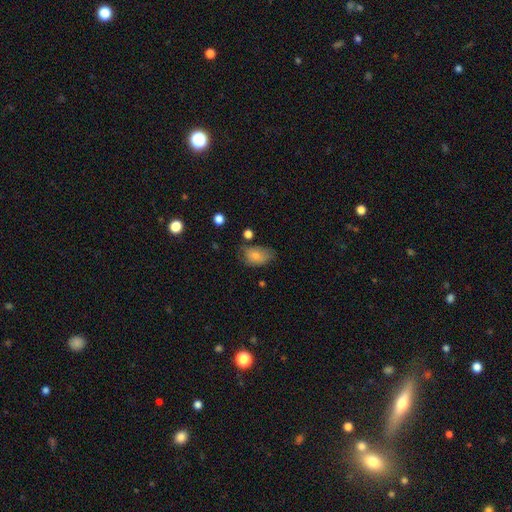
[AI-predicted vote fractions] Overall: smooth (78%). How rounded: in between (87%). Merging: none (51%; minor disturbance 32%).